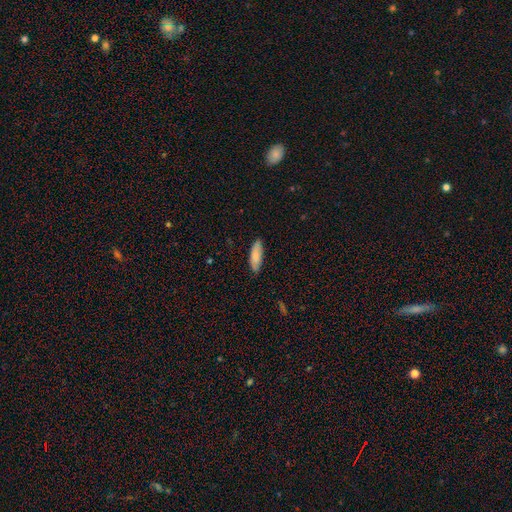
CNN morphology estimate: Smooth or featured? Predicted: smooth (p=0.84). How rounded? Predicted: in between (p=0.58). Merging? Predicted: none (p=0.81).